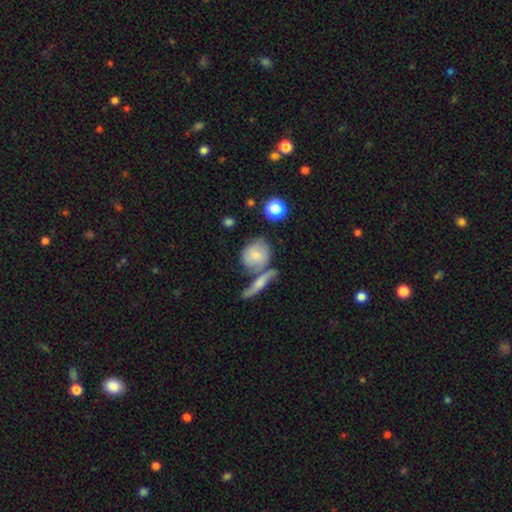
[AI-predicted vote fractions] Overall: smooth (67%). How rounded: round (69%). Merging: none (48%; merger 28%).